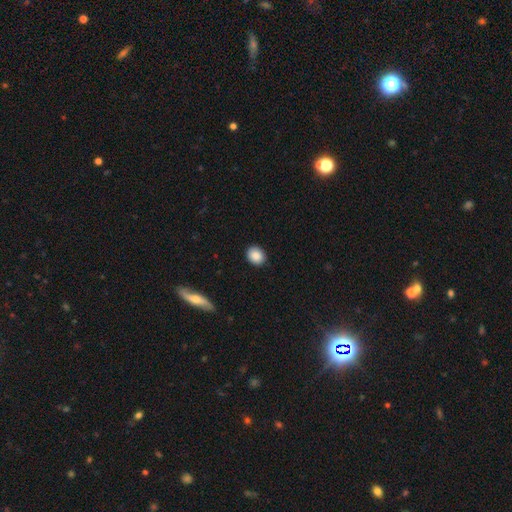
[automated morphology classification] type=smooth (88%); roundness=round (65%); merging=none (89%).